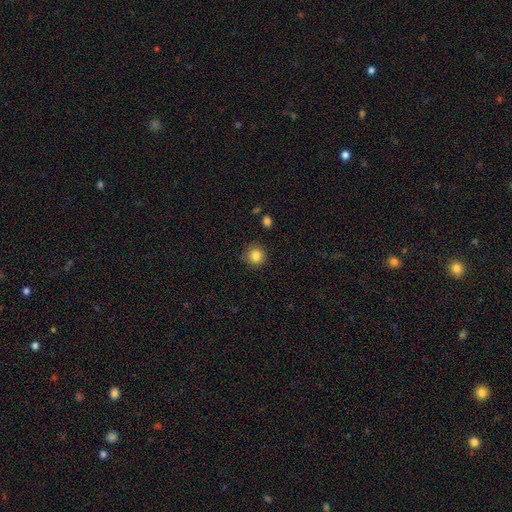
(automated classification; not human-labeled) Overall: smooth (84%). How rounded: round (92%). Merging: none (89%).